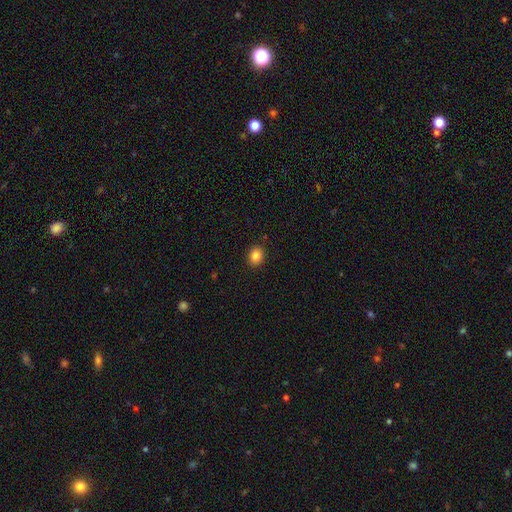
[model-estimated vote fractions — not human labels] A smooth galaxy with no disk features (85%) that is round (60%).

Vote fractions:
- Smooth or featured? smooth: 85% / star or artifact: 10% / featured or disk: 5%
- How rounded? round: 60% / in between: 39% / cigar-shaped: 1%
- Merging? none: 90% / minor disturbance: 7% / major disturbance: 2% / merger: 1%